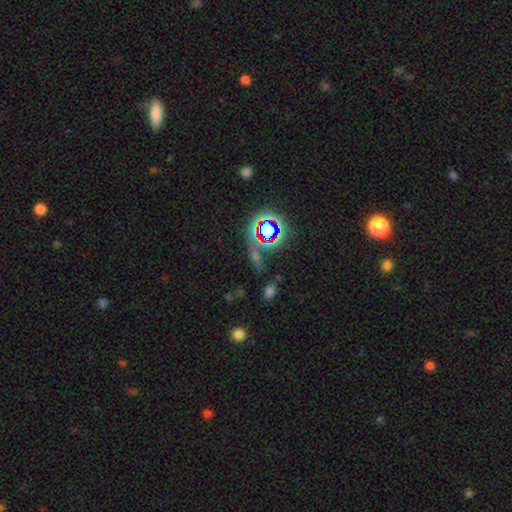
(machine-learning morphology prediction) type=star or artifact (59%).